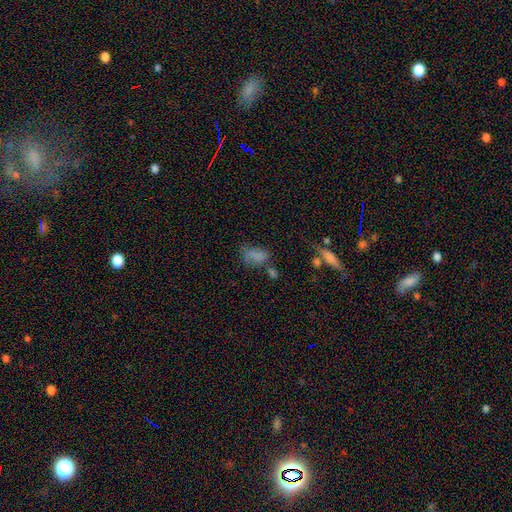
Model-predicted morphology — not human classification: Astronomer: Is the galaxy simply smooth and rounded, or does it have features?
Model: smooth — 68%.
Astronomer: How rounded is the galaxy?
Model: in between — 85%.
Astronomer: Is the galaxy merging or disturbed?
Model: none — 40% (runner-up: minor disturbance, 25%).